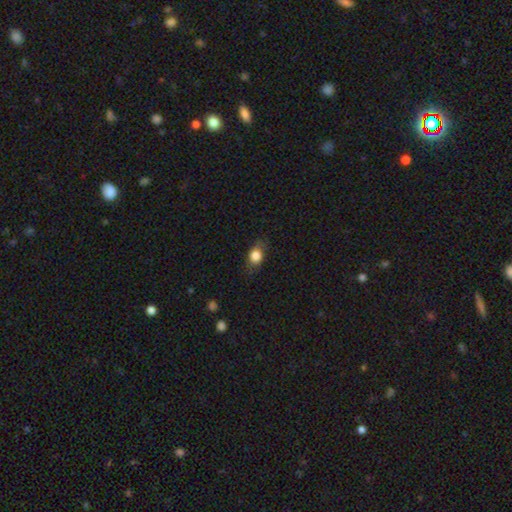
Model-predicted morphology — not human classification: A smooth galaxy with no disk features (80%) that is in between round and cigar-shaped (62%). Merging: none (73%).